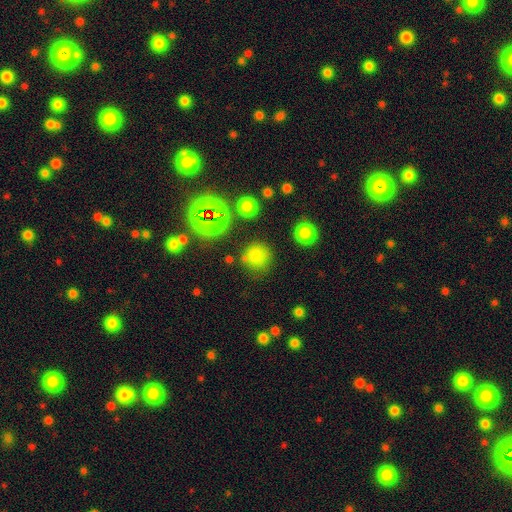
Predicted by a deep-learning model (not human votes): Smooth or featured? Predicted: smooth (p=0.73). How rounded? Predicted: round (p=0.90). Merging? Predicted: none (p=0.76).